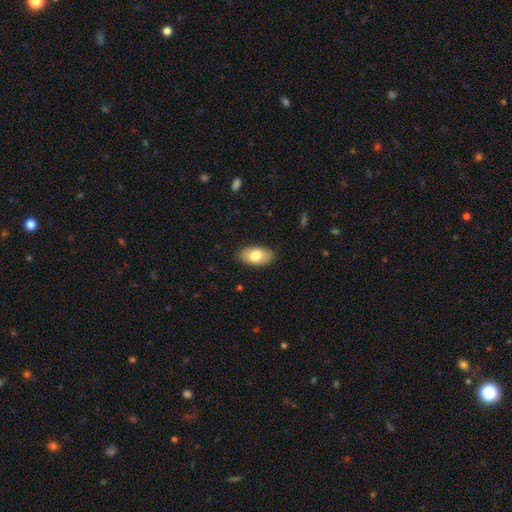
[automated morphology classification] Smooth or featured: smooth — 78% (featured or disk — 16%)
How rounded: in between — 94% (round — 4%)
Merging: none — 86% (minor disturbance — 11%)